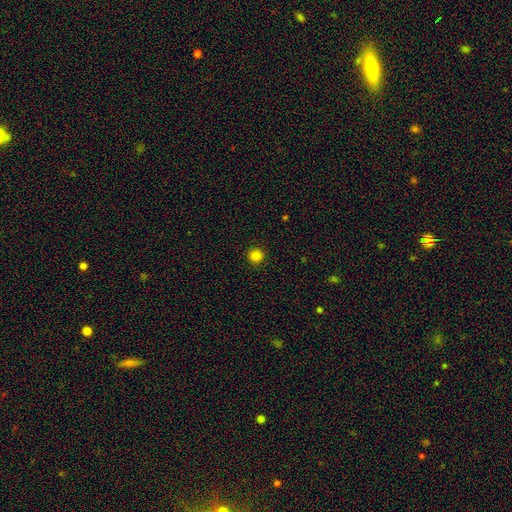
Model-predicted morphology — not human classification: smooth-or-featured: smooth: 84% | star or artifact: 13% | featured or disk: 3%
  how-rounded: round: 95% | in between: 4% | cigar-shaped: 1%
  merging: none: 93% | minor disturbance: 4% | major disturbance: 2% | merger: 1%